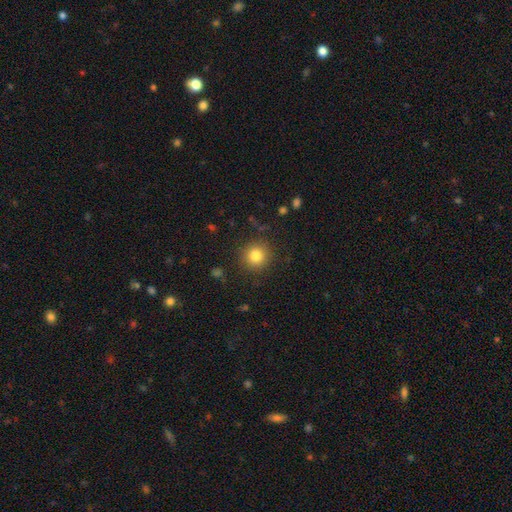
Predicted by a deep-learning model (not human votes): This is clearly a smooth galaxy (82%). How rounded: clearly round (93%). Merging: clearly none (88%).